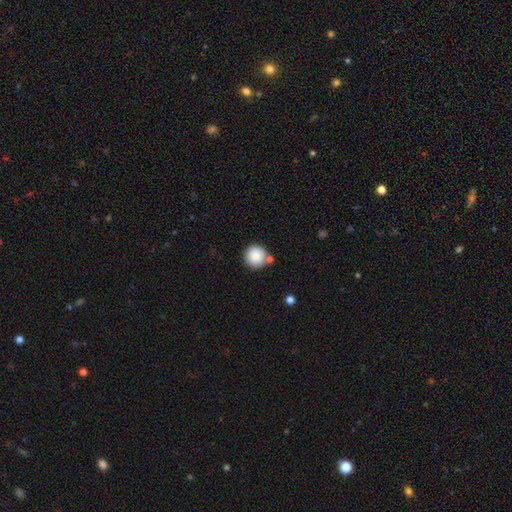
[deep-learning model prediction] This is clearly a smooth galaxy (86%). How rounded: clearly round (96%). Merging: likely none (77%).